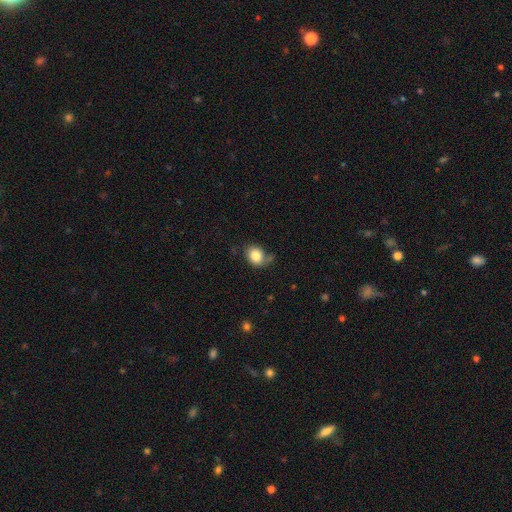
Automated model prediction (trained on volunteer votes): smooth 82%, star or artifact 9%, featured or disk 9%. Down the decision tree: how rounded — round (56%); merging — none (60%).